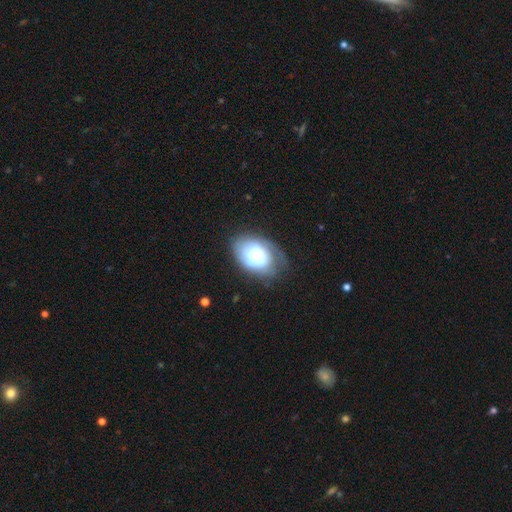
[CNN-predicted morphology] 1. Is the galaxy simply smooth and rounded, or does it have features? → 56% smooth, 36% featured or disk, 8% star or artifact.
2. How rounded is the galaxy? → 79% in between, 20% round, 1% cigar-shaped.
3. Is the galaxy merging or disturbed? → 58% none, 28% minor disturbance, 13% major disturbance, 2% merger.